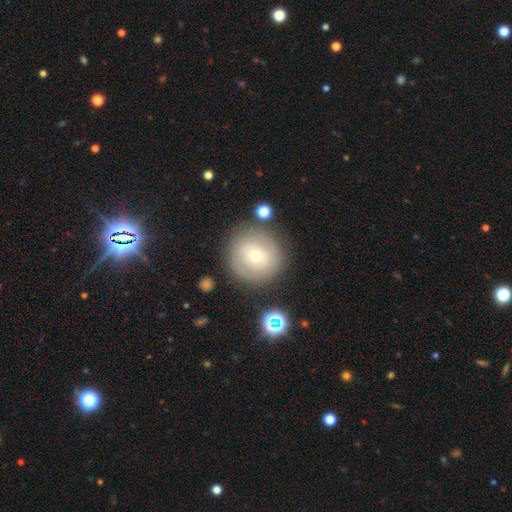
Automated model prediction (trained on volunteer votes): smooth-or-featured: smooth: 57% | featured or disk: 32% | star or artifact: 11%
  how-rounded: round: 94% | in between: 5% | cigar-shaped: 1%
  merging: none: 82% | minor disturbance: 11% | major disturbance: 4% | merger: 3%